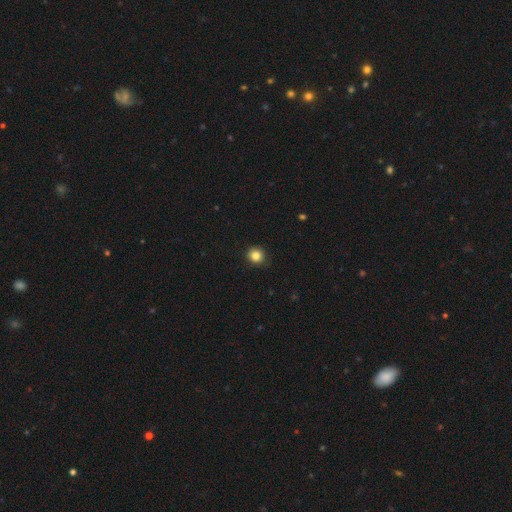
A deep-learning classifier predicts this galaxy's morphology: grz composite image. It shows a smooth galaxy with no disk features (85%) that is round (89%). Merging: none (89%).